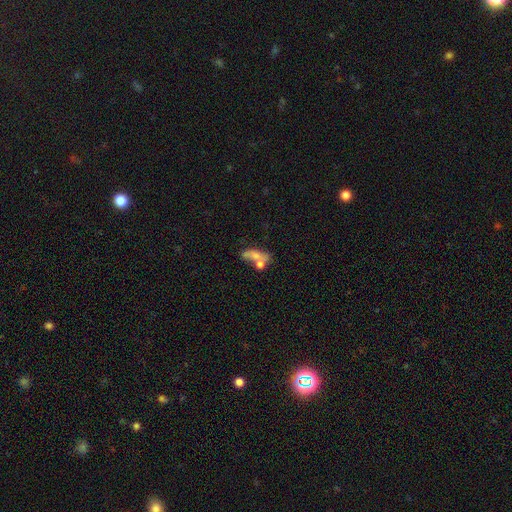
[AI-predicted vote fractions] A smooth galaxy with no disk features (57%) that is in between round and cigar-shaped (68%).

Vote fractions:
- Smooth or featured? smooth: 57% / featured or disk: 32% / star or artifact: 11%
- How rounded? in between: 68% / cigar-shaped: 17% / round: 14%
- Merging? merger: 43% / none: 30% / minor disturbance: 15% / major disturbance: 13%